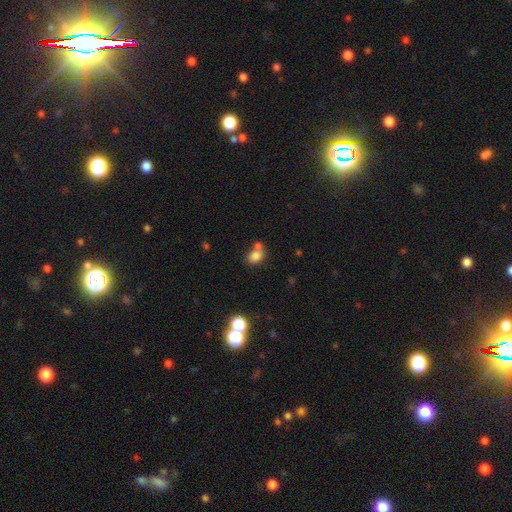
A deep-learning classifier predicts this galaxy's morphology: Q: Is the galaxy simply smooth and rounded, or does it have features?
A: smooth — 79%.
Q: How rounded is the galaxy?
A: in between — 56%.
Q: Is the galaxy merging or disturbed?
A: none — 46%.